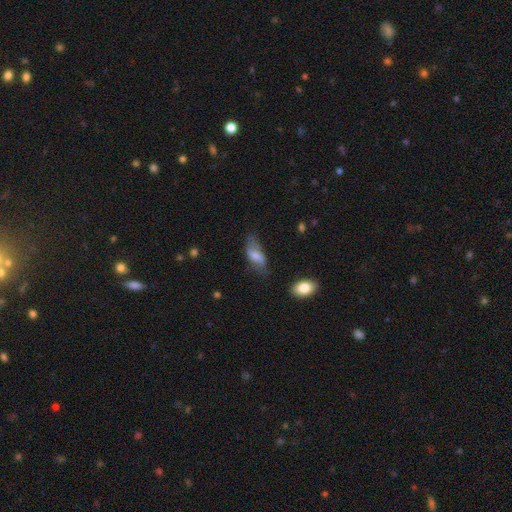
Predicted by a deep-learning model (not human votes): Smooth or featured? smooth (65%)
How rounded? in between (84%)
Merging? none (52%)